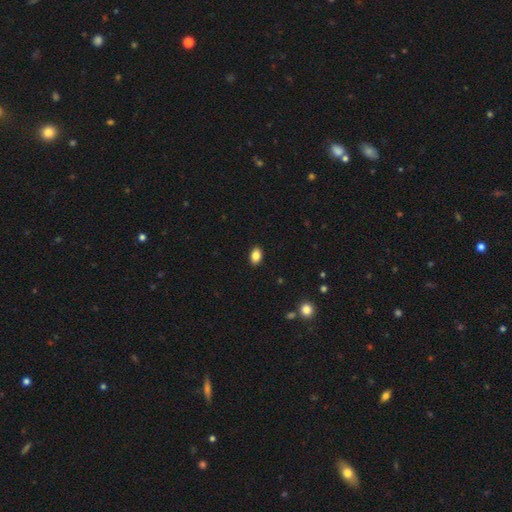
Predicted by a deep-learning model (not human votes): The model was most divided on "how rounded": in between: 83%, round: 15%, cigar-shaped: 1%. More confident: merging — none (90%); smooth or featured — smooth (86%).